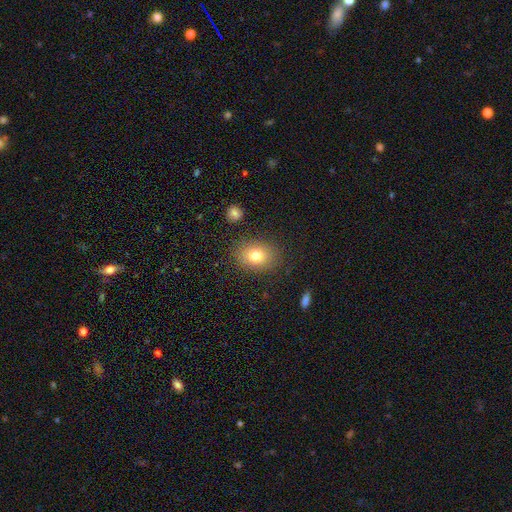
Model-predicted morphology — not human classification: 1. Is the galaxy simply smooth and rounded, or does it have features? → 77% smooth, 12% featured or disk, 11% star or artifact.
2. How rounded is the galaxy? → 62% in between, 37% round, 1% cigar-shaped.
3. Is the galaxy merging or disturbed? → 84% none, 10% minor disturbance, 4% major disturbance, 2% merger.